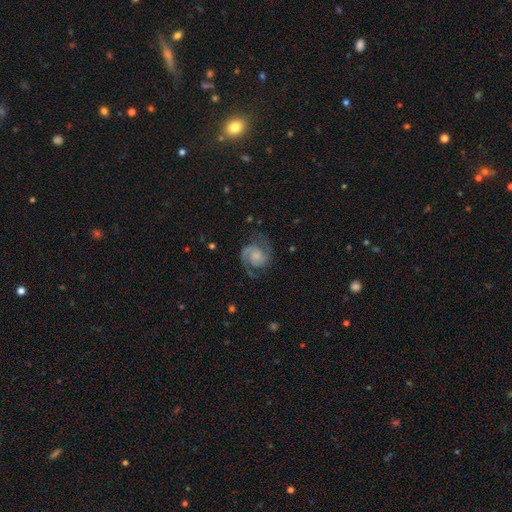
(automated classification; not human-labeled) A featured or disk galaxy (88%) with no bar (65%), 2 (90%) medium (50%) spiral arms (98%) and a small central bulge (38%). Merging: none (75%).